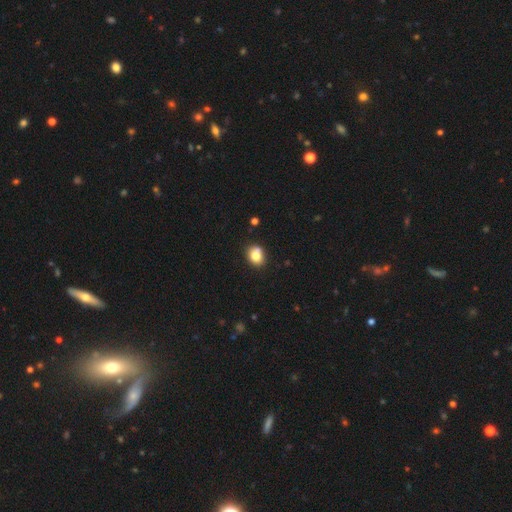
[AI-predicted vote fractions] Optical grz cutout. It shows a smooth galaxy with no disk features (79%) that is round (54%). Merging: none (66%).